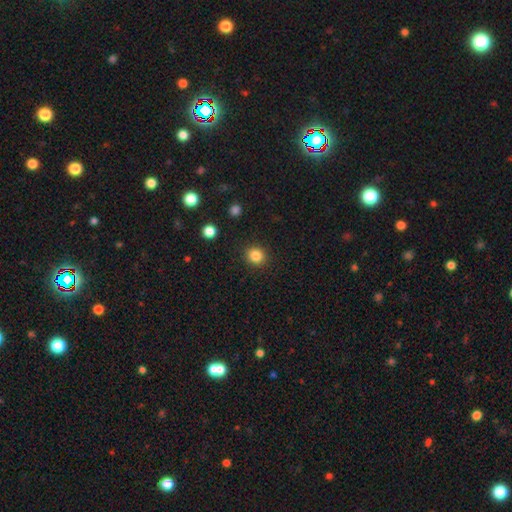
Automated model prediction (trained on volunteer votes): Morphology: type=smooth (84%); roundness=round (84%); merging=none (91%).